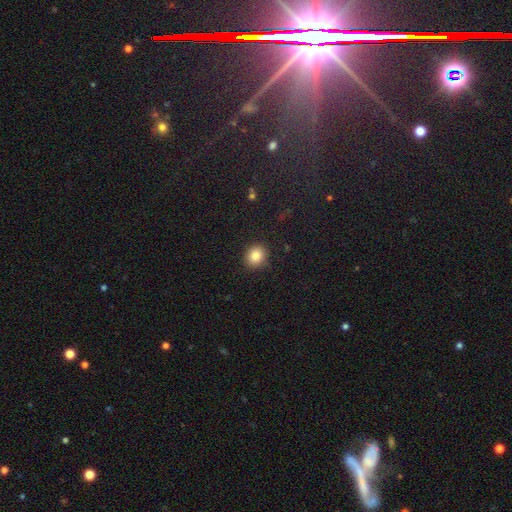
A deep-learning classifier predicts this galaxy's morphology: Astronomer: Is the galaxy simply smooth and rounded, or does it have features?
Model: smooth — 83%.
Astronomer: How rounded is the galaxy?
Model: round — 70%.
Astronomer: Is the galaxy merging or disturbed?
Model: none — 88%.